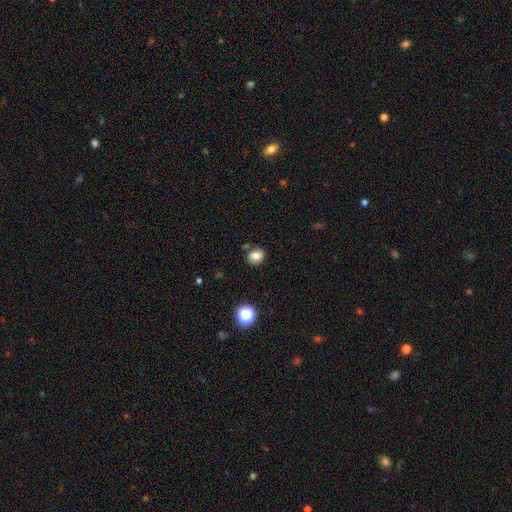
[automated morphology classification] smooth_or_featured: smooth (p=0.80) [alt: star or artifact p=0.12]
how_rounded: round (p=0.54) [alt: in between p=0.45]
merging: none (p=0.78) [alt: minor disturbance p=0.12]